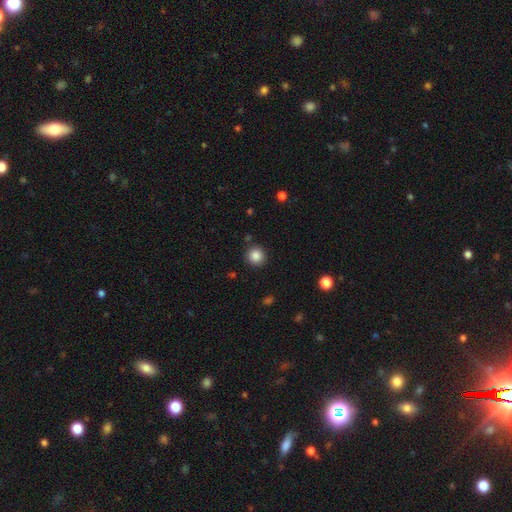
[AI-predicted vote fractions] The model was most divided on "smooth or featured": smooth: 86%, star or artifact: 10%, featured or disk: 4%. More confident: how rounded — round (93%); merging — none (89%).